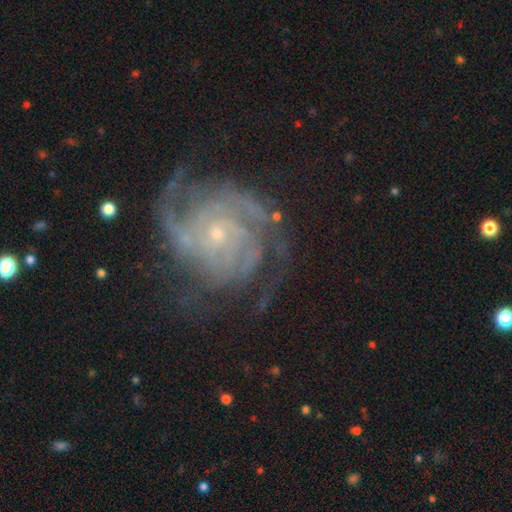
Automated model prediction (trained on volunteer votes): Morphology: type=featured or disk (89%); edge-on=no (98%); bar=no (72%); spiral arms=yes (97%); winding=tight (63%); arm count=3 (26%); bulge=small (80%); merging=none (68%).